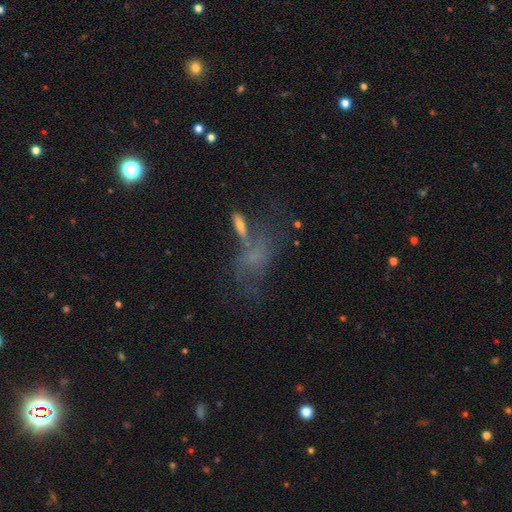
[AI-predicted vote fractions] Smooth or featured? smooth (42%)
Merging? none (34%)